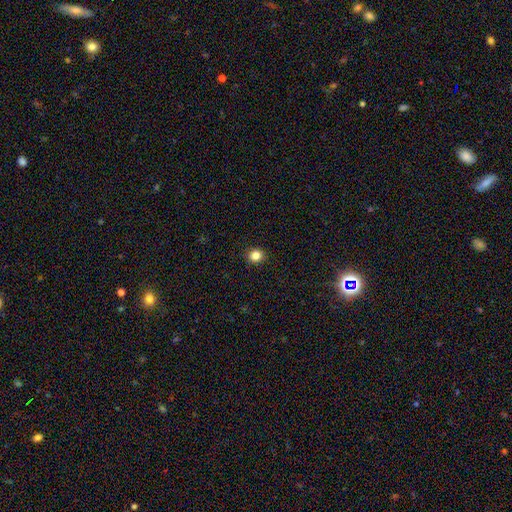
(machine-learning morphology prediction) smooth_or_featured: smooth (p=0.83) [alt: star or artifact p=0.12]
how_rounded: round (p=0.84) [alt: in between p=0.15]
merging: none (p=0.91) [alt: minor disturbance p=0.06]